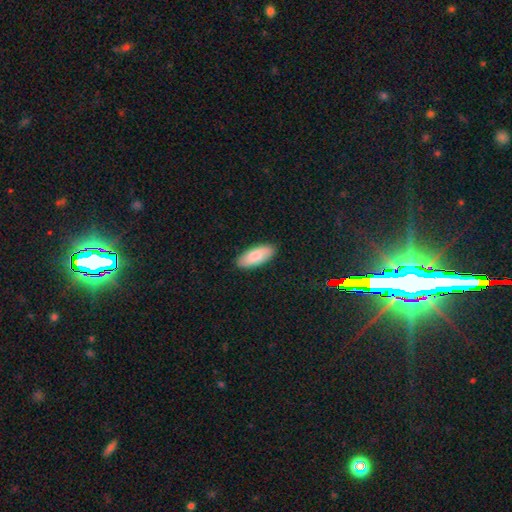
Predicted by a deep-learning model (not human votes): Smooth or featured?
  - smooth: 82% *
  - featured or disk: 12%
  - star or artifact: 6%
How rounded?
  - in between: 82% *
  - cigar-shaped: 16%
  - round: 2%
Merging?
  - none: 89% *
  - minor disturbance: 8%
  - major disturbance: 2%
  - merger: 1%